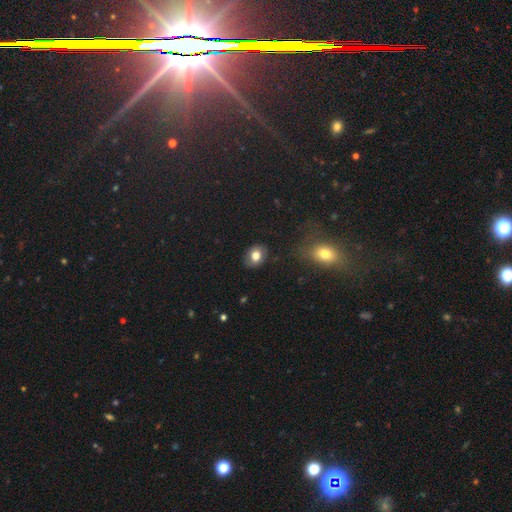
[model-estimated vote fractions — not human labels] A smooth galaxy with no disk features (78%) that is in between round and cigar-shaped (61%). Merging: none (86%).